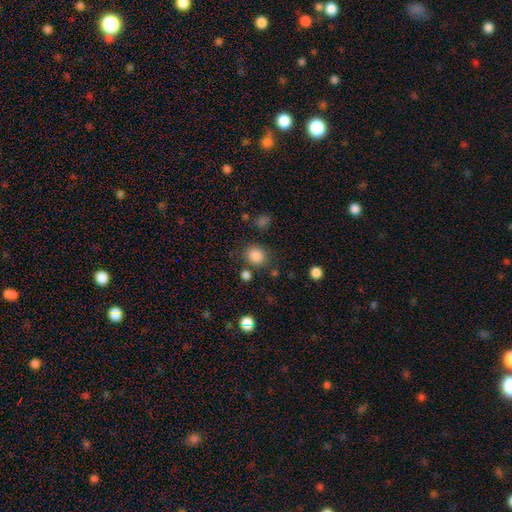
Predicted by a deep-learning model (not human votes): Smooth or featured? Predicted: smooth (p=0.84). How rounded? Predicted: round (p=0.78). Merging? Predicted: none (p=0.80).